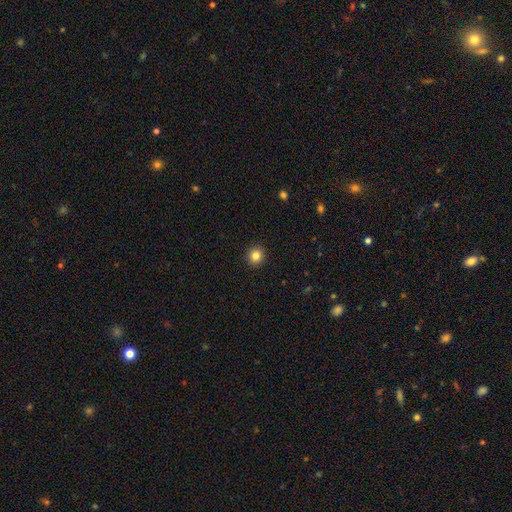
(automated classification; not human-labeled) Q: Smooth or featured?
A: smooth (84%); runner-up: star or artifact (11%)
Q: How rounded?
A: round (89%); runner-up: in between (10%)
Q: Merging?
A: none (93%); runner-up: minor disturbance (5%)